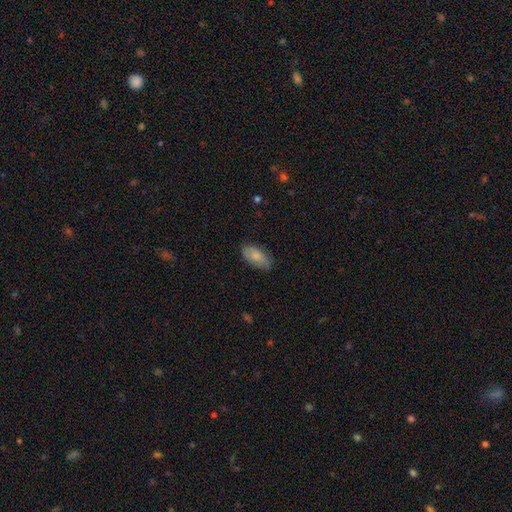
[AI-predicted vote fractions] Smooth or featured? smooth (81%)
How rounded? in between (92%)
Merging? none (78%)